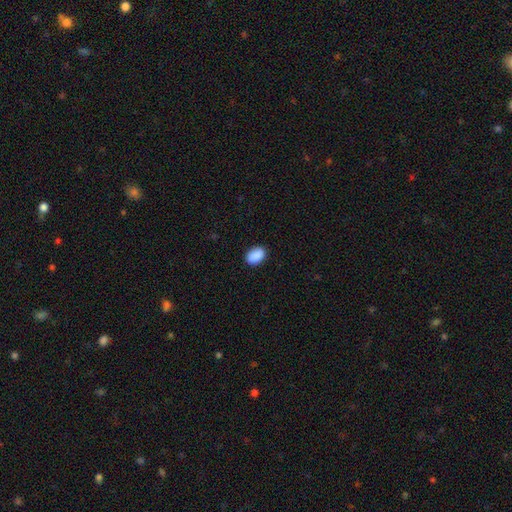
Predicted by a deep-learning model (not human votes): smooth-or-featured: smooth: 91% | star or artifact: 7% | featured or disk: 3%
  how-rounded: in between: 87% | round: 11% | cigar-shaped: 1%
  merging: none: 89% | minor disturbance: 8% | major disturbance: 2% | merger: 1%